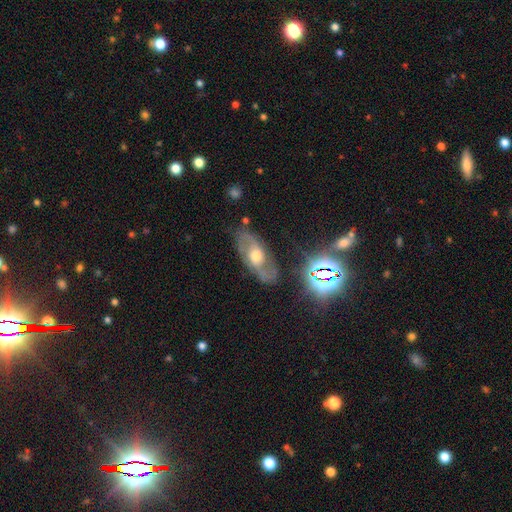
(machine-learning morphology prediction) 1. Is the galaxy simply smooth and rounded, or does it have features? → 70% featured or disk, 18% smooth, 12% star or artifact.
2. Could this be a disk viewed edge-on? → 88% no, 12% yes.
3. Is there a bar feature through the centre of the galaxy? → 55% no, 35% weak, 11% strong.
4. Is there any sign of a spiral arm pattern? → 78% yes, 22% no.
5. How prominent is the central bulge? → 67% moderate, 17% large, 13% small, 2% none, 2% dominant.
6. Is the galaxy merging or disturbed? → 73% none, 17% minor disturbance, 7% major disturbance, 3% merger.